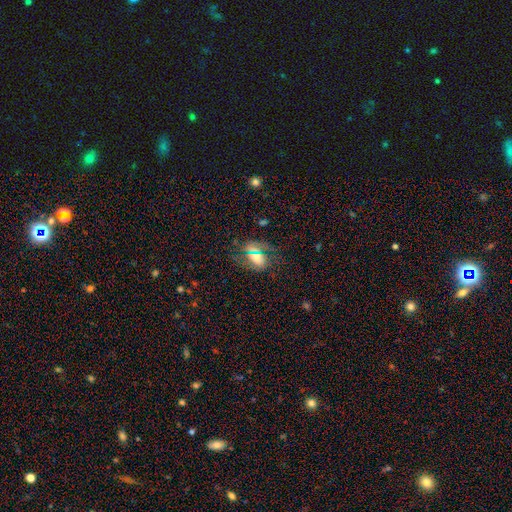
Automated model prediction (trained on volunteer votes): Q: Smooth or featured?
A: smooth (49%); runner-up: featured or disk (30%)
Q: Merging?
A: none (68%); runner-up: minor disturbance (18%)